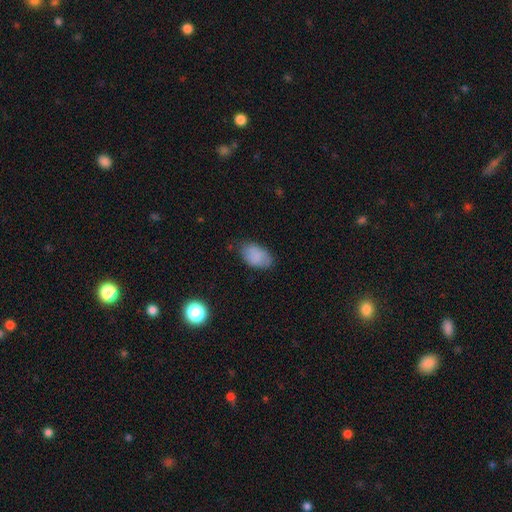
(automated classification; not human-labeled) Smooth or featured? smooth (83%)
How rounded? in between (92%)
Merging? none (71%)